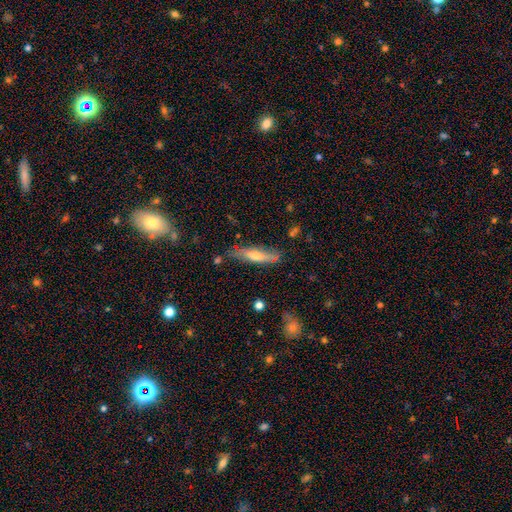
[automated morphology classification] smooth-or-featured: smooth: 53% | featured or disk: 40% | star or artifact: 7%
  how-rounded: cigar-shaped: 69% | in between: 29% | round: 2%
  merging: none: 73% | minor disturbance: 18% | merger: 5% | major disturbance: 4%